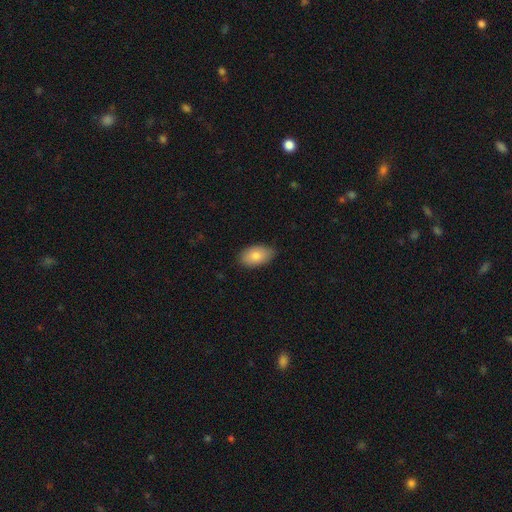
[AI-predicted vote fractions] The model was most divided on "merging": none: 83%, minor disturbance: 14%, major disturbance: 2%, merger: 1%. More confident: how rounded — in between (94%); smooth or featured — smooth (83%).